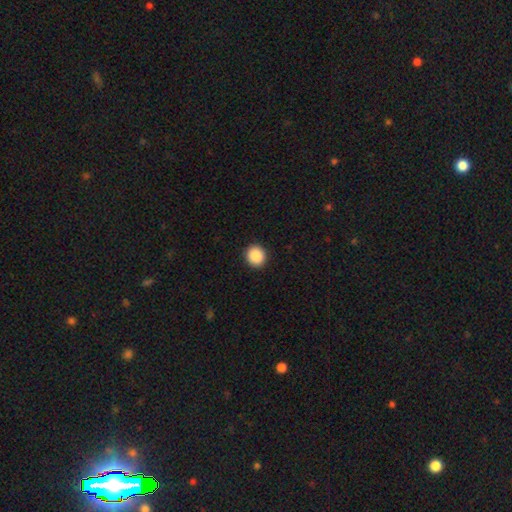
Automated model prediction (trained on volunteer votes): The model was most divided on "how rounded": round: 87%, in between: 12%, cigar-shaped: 1%. More confident: merging — none (93%); smooth or featured — smooth (89%).